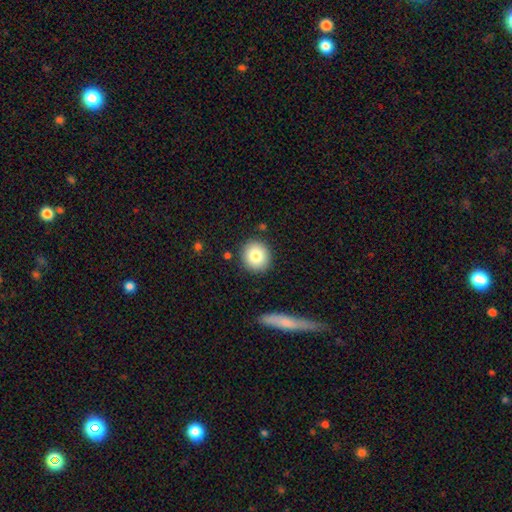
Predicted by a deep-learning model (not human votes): A smooth galaxy with no disk features (82%) that is round (89%).

Vote fractions:
- Smooth or featured? smooth: 82% / featured or disk: 10% / star or artifact: 9%
- How rounded? round: 89% / in between: 10% / cigar-shaped: 1%
- Merging? none: 88% / minor disturbance: 7% / merger: 2% / major disturbance: 2%